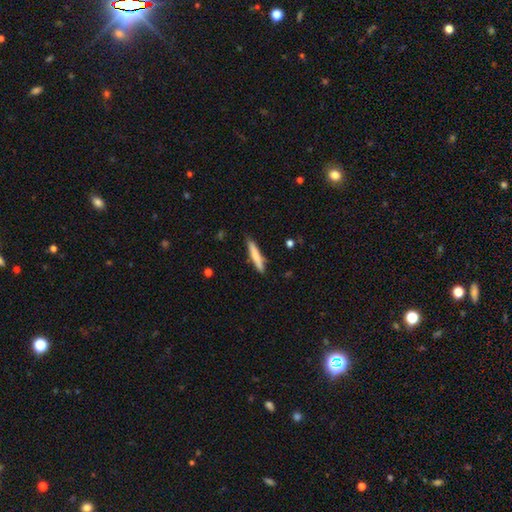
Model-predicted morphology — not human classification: Overall: smooth (73%). How rounded: cigar-shaped (93%). Merging: none (85%).